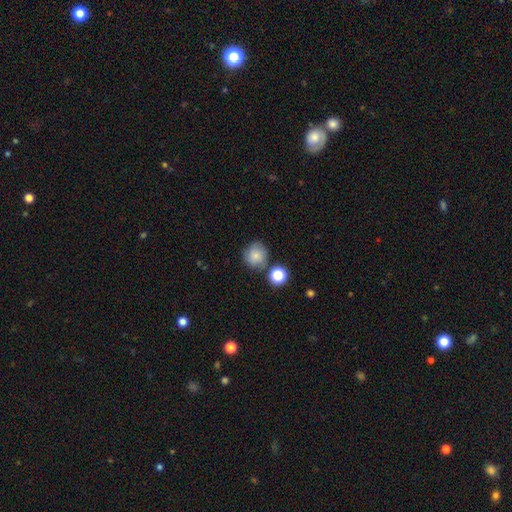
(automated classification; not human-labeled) This is likely a smooth galaxy (79%). How rounded: clearly round (87%). Merging: likely none (70%).